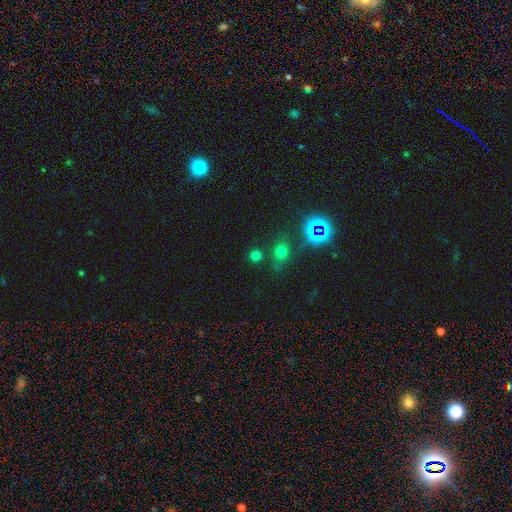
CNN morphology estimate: smooth-or-featured: smooth: 64% | star or artifact: 30% | featured or disk: 6%
  how-rounded: round: 87% | in between: 12% | cigar-shaped: 1%
  merging: none: 78% | minor disturbance: 9% | merger: 8% | major disturbance: 4%